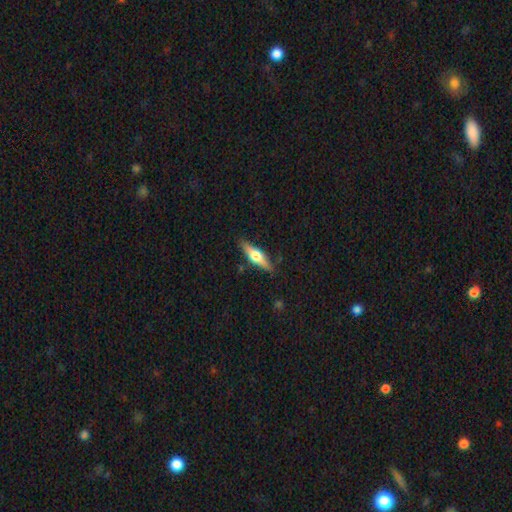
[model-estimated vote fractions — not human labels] Smooth or featured?
  - featured or disk: 54% *
  - smooth: 40%
  - star or artifact: 6%
Edge-on disk?
  - yes: 93% *
  - no: 7%
Edge-on bulge?
  - rounded: 93% *
  - boxy: 4%
  - none: 2%
Merging?
  - none: 86% *
  - minor disturbance: 11%
  - major disturbance: 2%
  - merger: 2%